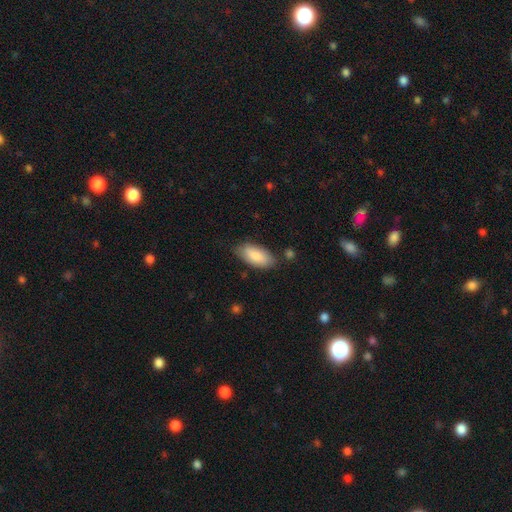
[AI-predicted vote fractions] A smooth galaxy with no disk features (86%) that is in between round and cigar-shaped (90%).

Vote fractions:
- Smooth or featured? smooth: 86% / featured or disk: 9% / star or artifact: 6%
- How rounded? in between: 90% / cigar-shaped: 8% / round: 2%
- Merging? none: 76% / minor disturbance: 17% / major disturbance: 3% / merger: 3%